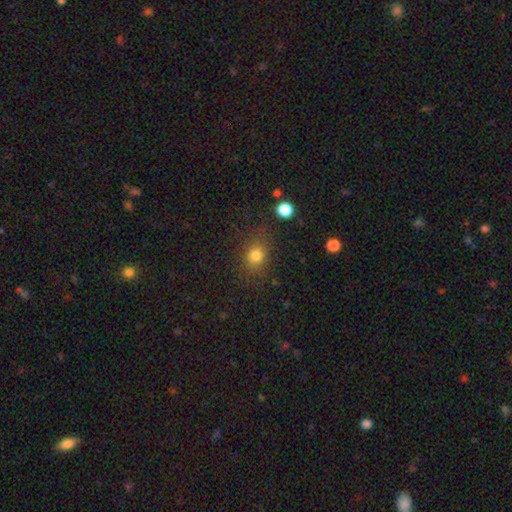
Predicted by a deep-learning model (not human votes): smooth 80%, star or artifact 14%, featured or disk 6%. Down the decision tree: how rounded — round (68%); merging — none (80%).